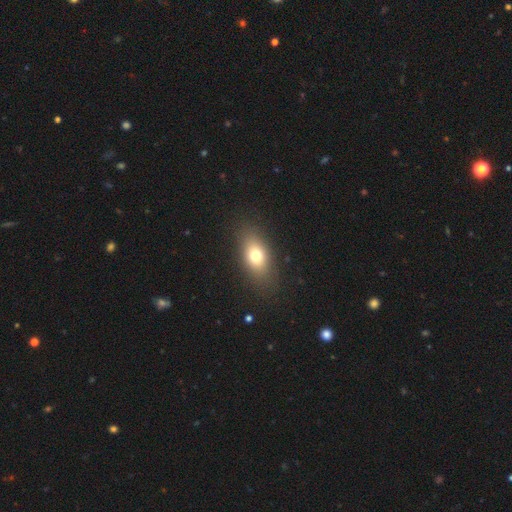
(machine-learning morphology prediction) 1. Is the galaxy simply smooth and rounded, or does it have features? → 73% smooth, 16% featured or disk, 11% star or artifact.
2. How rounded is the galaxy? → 81% in between, 14% round, 5% cigar-shaped.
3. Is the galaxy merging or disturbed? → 85% none, 10% minor disturbance, 4% major disturbance, 1% merger.